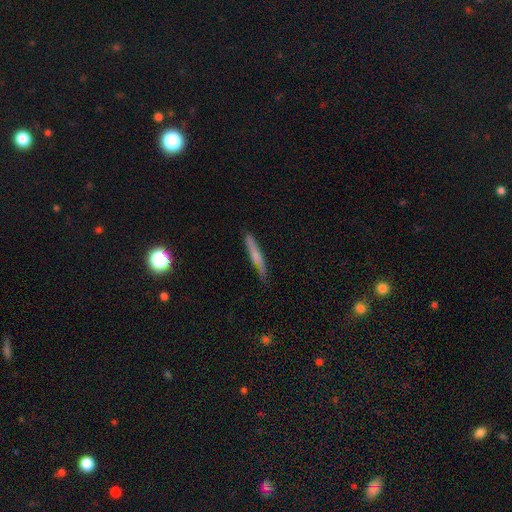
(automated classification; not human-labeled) This is possibly a smooth galaxy (57%). How rounded: clearly cigar-shaped (94%). Merging: likely none (73%).